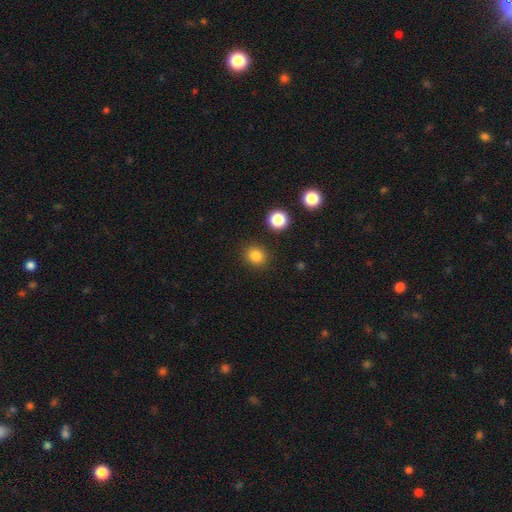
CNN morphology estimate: smooth_or_featured: smooth (p=0.83) [alt: star or artifact p=0.13]
how_rounded: round (p=0.77) [alt: in between p=0.22]
merging: none (p=0.89) [alt: minor disturbance p=0.07]